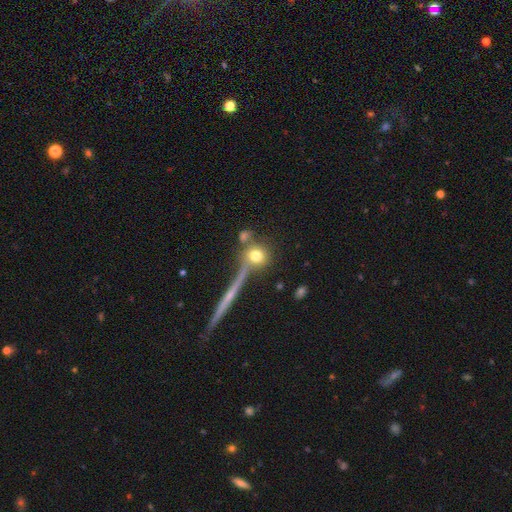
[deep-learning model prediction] Smooth or featured? smooth (72%)
How rounded? round (83%)
Merging? none (67%)